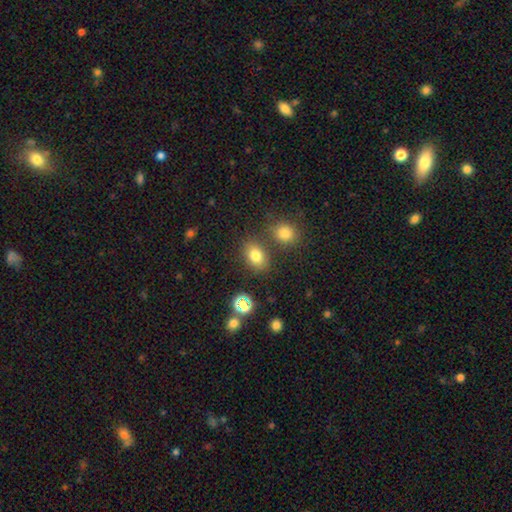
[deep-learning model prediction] Overall: smooth (77%). How rounded: in between (72%). Merging: none (76%).